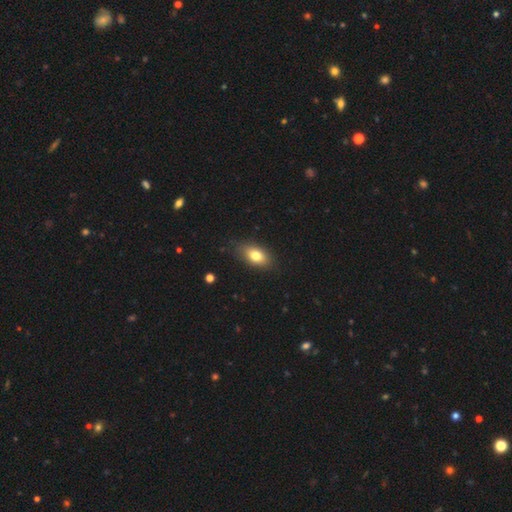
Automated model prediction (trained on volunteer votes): Smooth or featured: smooth — 78% (featured or disk — 14%)
How rounded: in between — 86% (round — 9%)
Merging: none — 82% (minor disturbance — 14%)